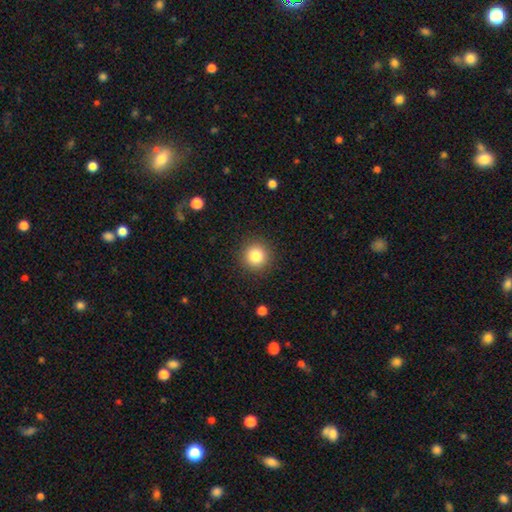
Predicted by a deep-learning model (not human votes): A smooth galaxy with no disk features (84%) that is round (95%). Merging: none (91%).